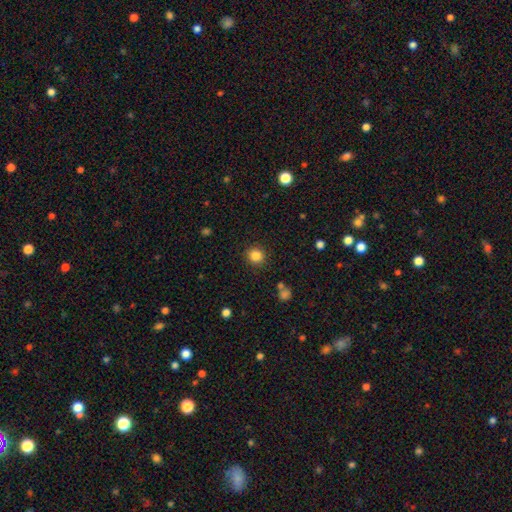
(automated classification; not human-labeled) A smooth galaxy with no disk features (84%) that is round (91%).

Vote fractions:
- Smooth or featured? smooth: 84% / star or artifact: 11% / featured or disk: 5%
- How rounded? round: 91% / in between: 8% / cigar-shaped: 1%
- Merging? none: 89% / minor disturbance: 7% / major disturbance: 2% / merger: 2%